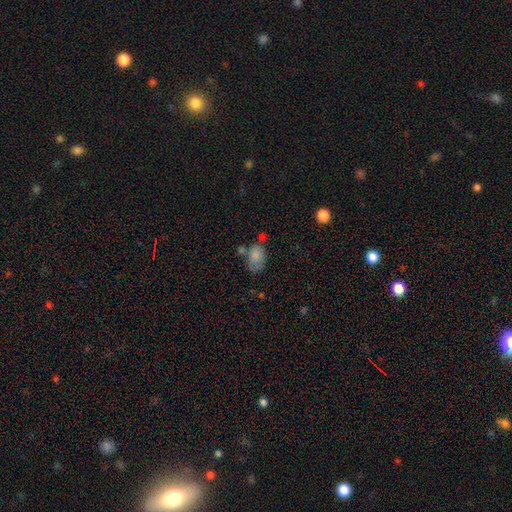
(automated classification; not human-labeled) Smooth or featured? Predicted: smooth (p=0.79). How rounded? Predicted: in between (p=0.80). Merging? Predicted: none (p=0.44).